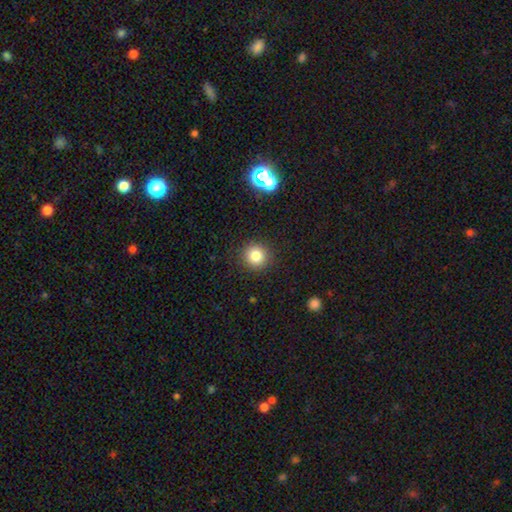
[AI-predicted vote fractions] This is clearly a smooth galaxy (82%). How rounded: clearly round (92%). Merging: clearly none (90%).